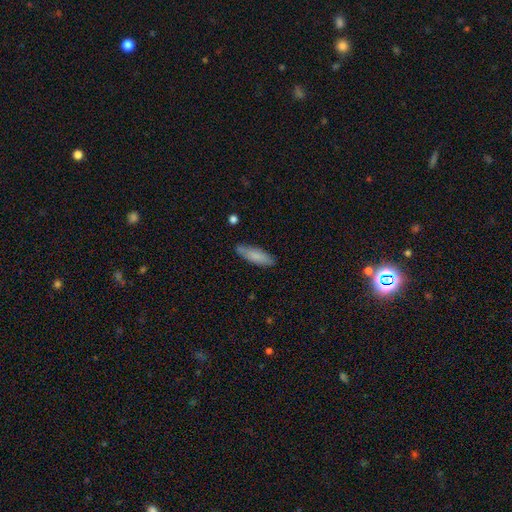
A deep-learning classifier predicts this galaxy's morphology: A smooth galaxy with no disk features (81%) that is cigar-shaped (54%). Merging: none (79%).